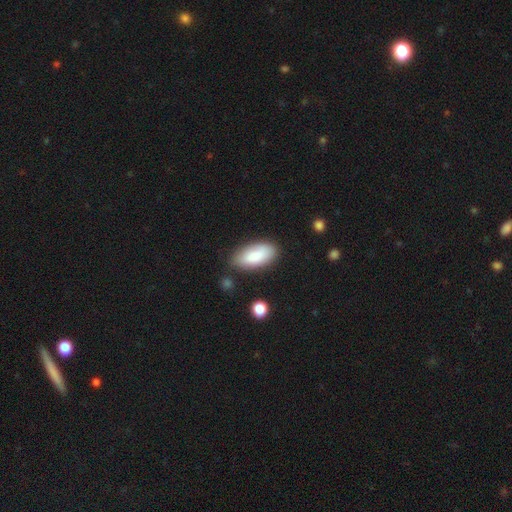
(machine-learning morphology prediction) Smooth or featured?
  - smooth: 86% *
  - featured or disk: 8%
  - star or artifact: 6%
How rounded?
  - in between: 89% *
  - cigar-shaped: 9%
  - round: 2%
Merging?
  - none: 78% *
  - minor disturbance: 16%
  - major disturbance: 4%
  - merger: 3%